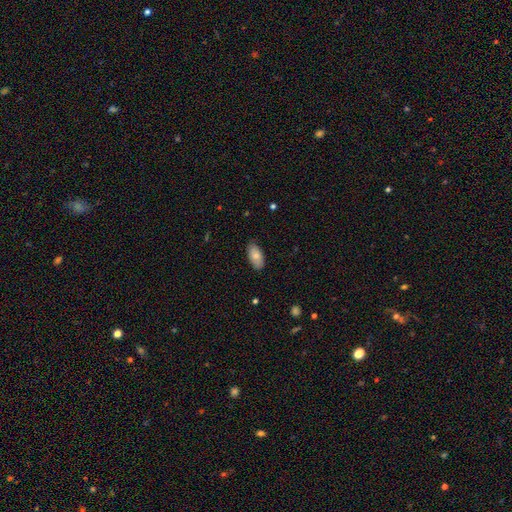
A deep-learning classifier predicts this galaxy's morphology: A smooth galaxy with no disk features (77%) that is in between round and cigar-shaped (94%).

Vote fractions:
- Smooth or featured? smooth: 77% / featured or disk: 16% / star or artifact: 6%
- How rounded? in between: 94% / cigar-shaped: 4% / round: 3%
- Merging? none: 83% / minor disturbance: 14% / major disturbance: 2% / merger: 1%